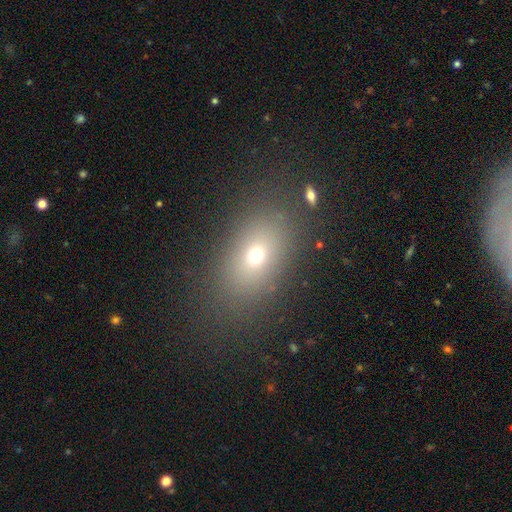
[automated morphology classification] type=smooth (66%); roundness=in between (76%); merging=none (81%).